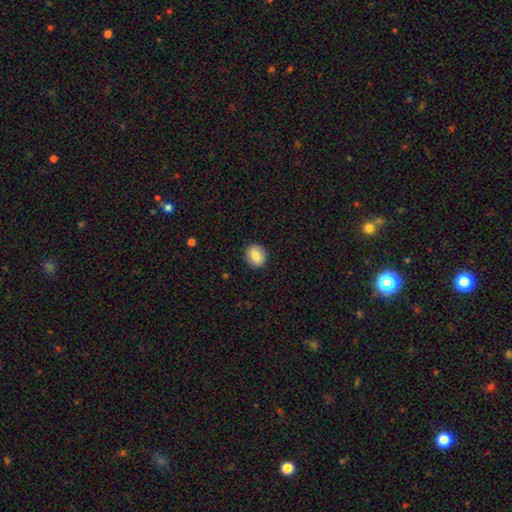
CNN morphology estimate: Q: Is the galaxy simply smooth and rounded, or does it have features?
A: smooth — 80%.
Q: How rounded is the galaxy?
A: round — 74%.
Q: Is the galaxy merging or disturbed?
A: none — 90%.